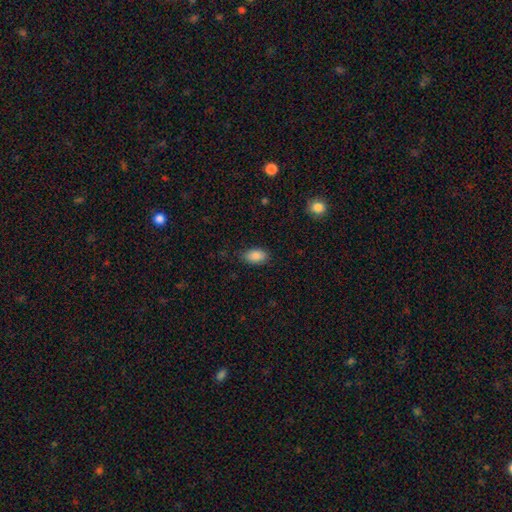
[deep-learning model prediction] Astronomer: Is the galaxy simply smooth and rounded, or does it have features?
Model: smooth — 88%.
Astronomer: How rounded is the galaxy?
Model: in between — 92%.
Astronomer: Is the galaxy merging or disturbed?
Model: none — 84%.